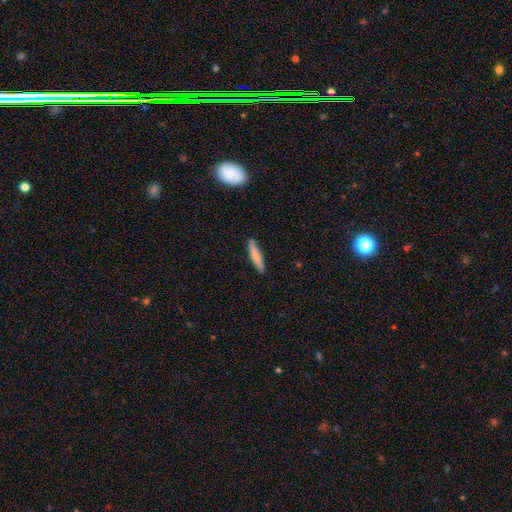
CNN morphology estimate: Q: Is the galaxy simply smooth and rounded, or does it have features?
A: smooth — 76%.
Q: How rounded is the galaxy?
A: cigar-shaped — 87%.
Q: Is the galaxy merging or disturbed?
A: none — 88%.